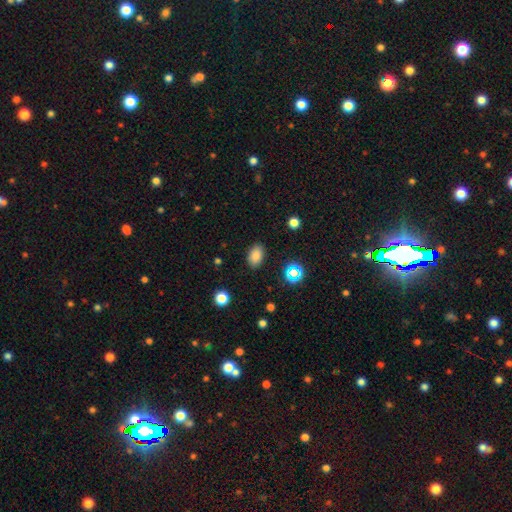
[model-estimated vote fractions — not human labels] Q: Smooth or featured?
A: smooth (82%); runner-up: star or artifact (13%)
Q: How rounded?
A: in between (87%); runner-up: round (12%)
Q: Merging?
A: none (87%); runner-up: minor disturbance (9%)